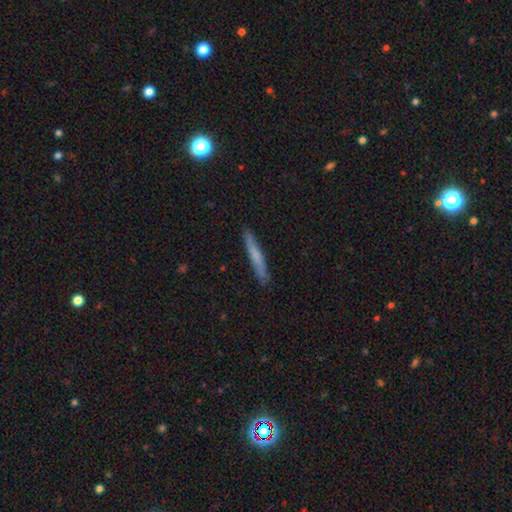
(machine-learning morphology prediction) This appears to be a smooth galaxy with no disk features (64%) that is cigar-shaped (95%). Merging: none (90%).